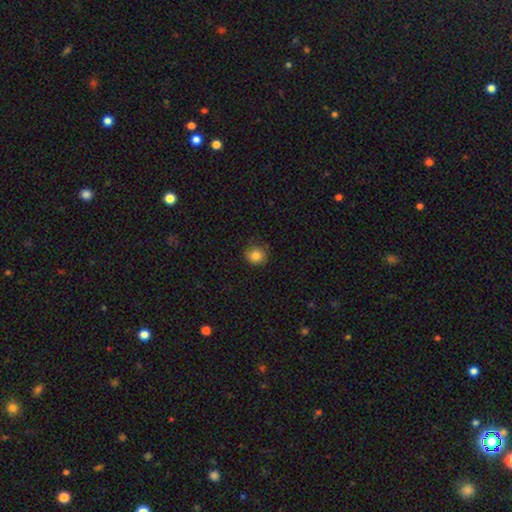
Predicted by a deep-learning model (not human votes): A smooth galaxy with no disk features (82%) that is round (83%). Merging: none (75%).